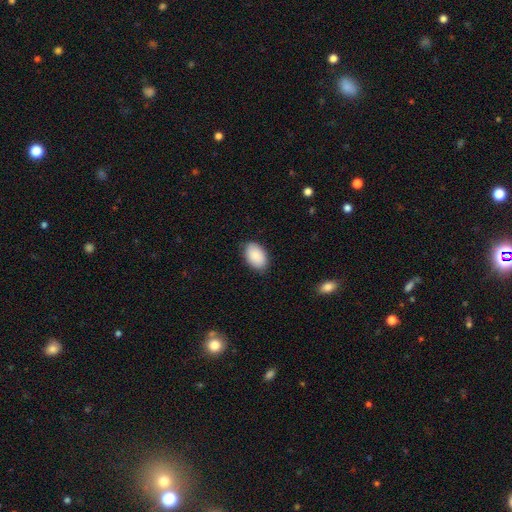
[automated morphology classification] smooth 88%, star or artifact 6%, featured or disk 6%. Down the decision tree: how rounded — in between (91%); merging — none (85%).